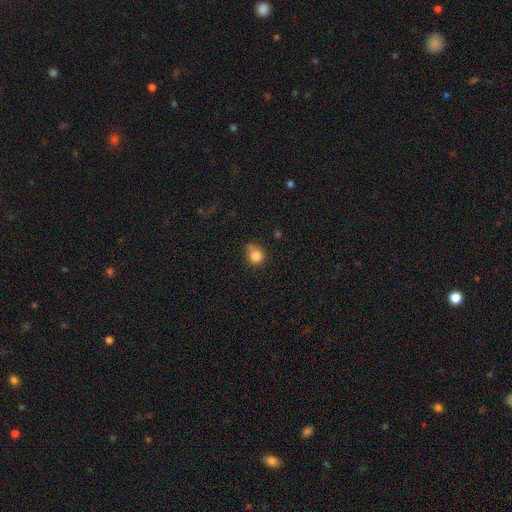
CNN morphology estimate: This appears to be a smooth galaxy with no disk features (84%) that is round (71%). Merging: none (52%).